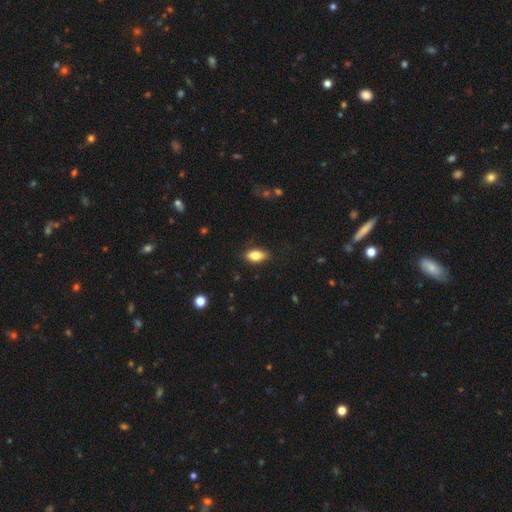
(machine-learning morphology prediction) The model was most divided on "merging": none: 82%, minor disturbance: 14%, major disturbance: 3%, merger: 1%. More confident: how rounded — in between (88%); smooth or featured — smooth (84%).